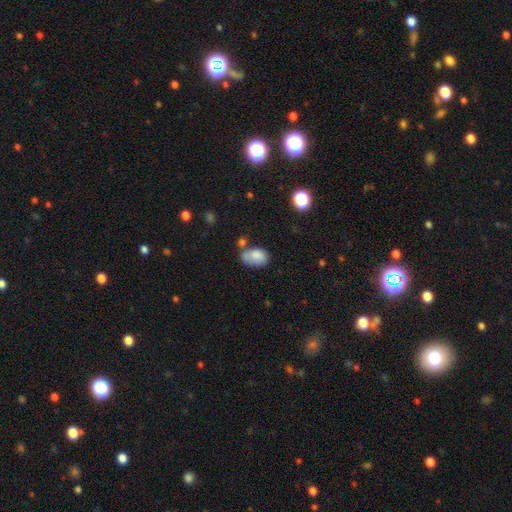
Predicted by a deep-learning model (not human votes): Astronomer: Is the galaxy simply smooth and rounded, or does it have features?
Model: smooth — 80%.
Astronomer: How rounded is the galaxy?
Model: in between — 85%.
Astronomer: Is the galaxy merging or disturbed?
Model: none — 40% (runner-up: merger, 25%).